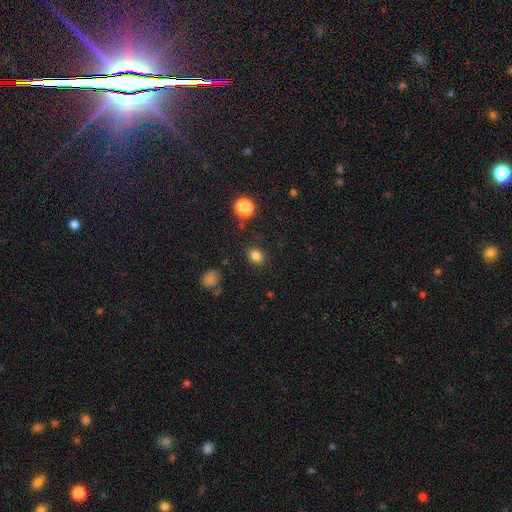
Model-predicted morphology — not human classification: Q: Smooth or featured?
A: smooth (82%); runner-up: star or artifact (13%)
Q: How rounded?
A: round (54%); runner-up: in between (45%)
Q: Merging?
A: none (86%); runner-up: minor disturbance (9%)